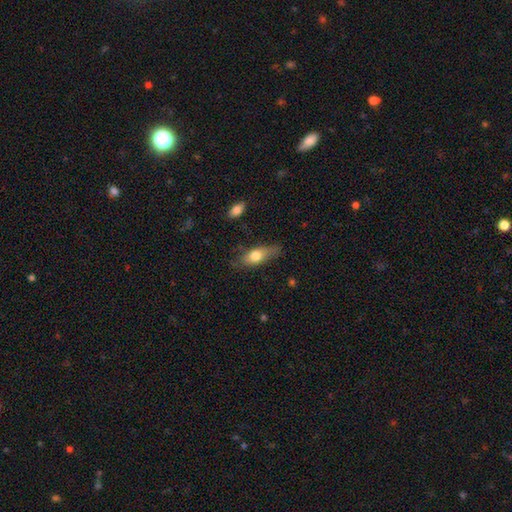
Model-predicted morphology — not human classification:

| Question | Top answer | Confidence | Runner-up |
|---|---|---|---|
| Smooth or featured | smooth | 69% | featured or disk (24%) |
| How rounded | in between | 71% | cigar-shaped (24%) |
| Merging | none | 65% | minor disturbance (26%) |